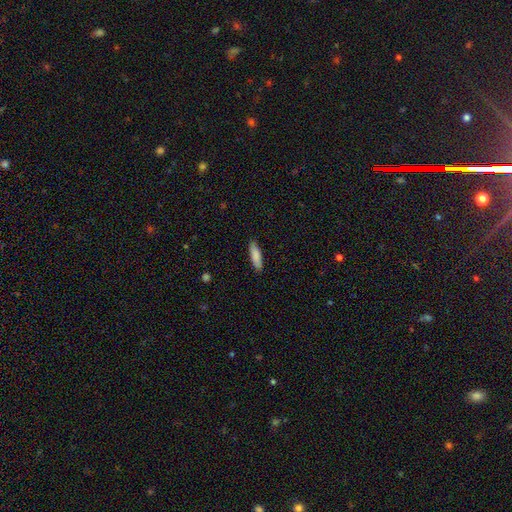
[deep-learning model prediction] Q: Smooth or featured?
A: smooth (85%); runner-up: featured or disk (9%)
Q: How rounded?
A: cigar-shaped (64%); runner-up: in between (34%)
Q: Merging?
A: none (86%); runner-up: minor disturbance (11%)